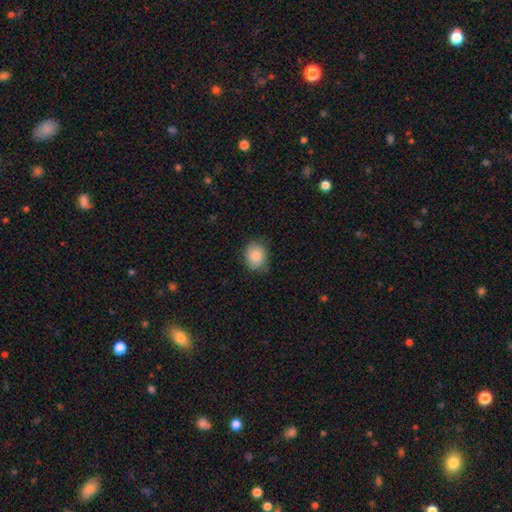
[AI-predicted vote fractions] Q: Smooth or featured?
A: smooth (83%); runner-up: featured or disk (9%)
Q: How rounded?
A: round (57%); runner-up: in between (42%)
Q: Merging?
A: none (77%); runner-up: minor disturbance (19%)